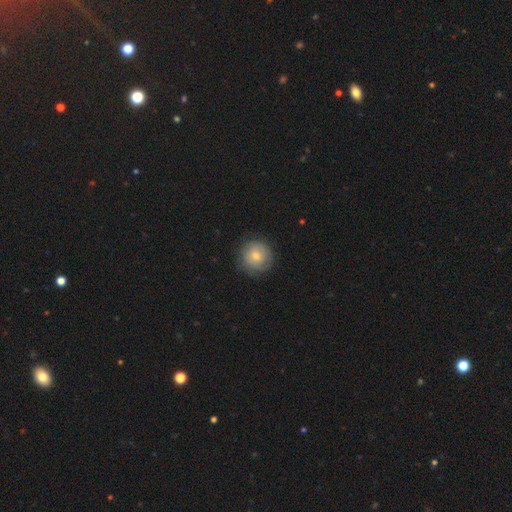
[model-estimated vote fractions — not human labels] The model was most divided on "smooth or featured": smooth: 74%, featured or disk: 19%, star or artifact: 7%. More confident: how rounded — round (94%); merging — none (82%).